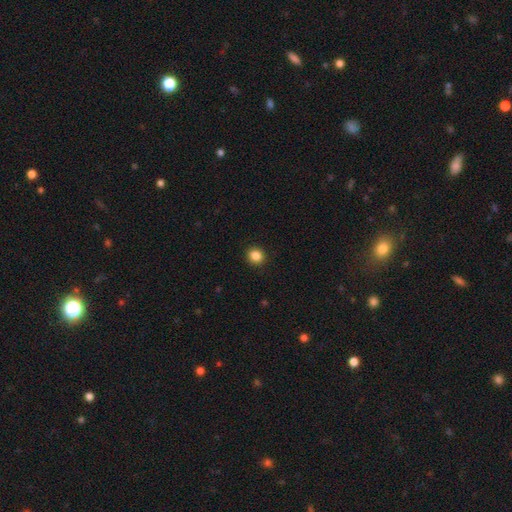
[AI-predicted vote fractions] Smooth or featured? smooth (86%)
How rounded? round (84%)
Merging? none (92%)